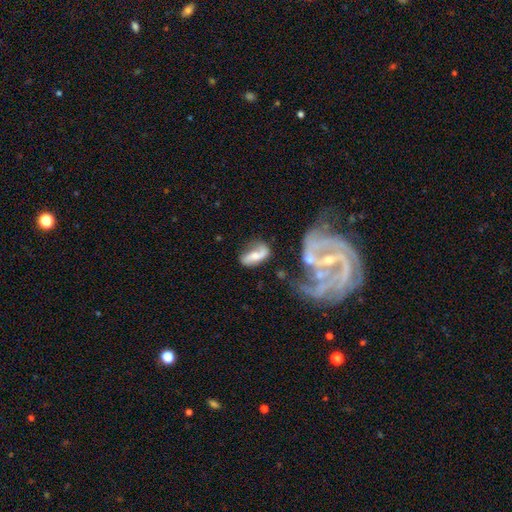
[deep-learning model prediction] smooth-or-featured: featured or disk: 58% | smooth: 34% | star or artifact: 8%
  disk-edge-on: no: 93% | yes: 7%
    bar: no: 45% | weak: 36% | strong: 20%
    has-spiral-arms: yes: 82% | no: 18%
    bulge-size: moderate: 43% | small: 33% | none: 14% | large: 8% | dominant: 2%
  merging: none: 46% | minor disturbance: 25% | major disturbance: 17% | merger: 12%